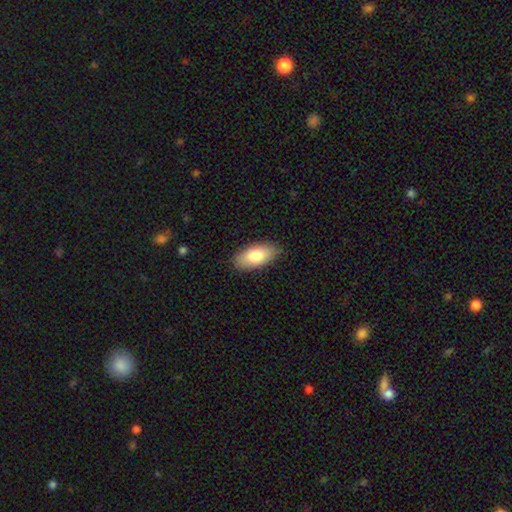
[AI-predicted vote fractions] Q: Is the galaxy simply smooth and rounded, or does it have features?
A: smooth — 82%.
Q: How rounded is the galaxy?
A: in between — 92%.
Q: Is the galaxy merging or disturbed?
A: none — 86%.